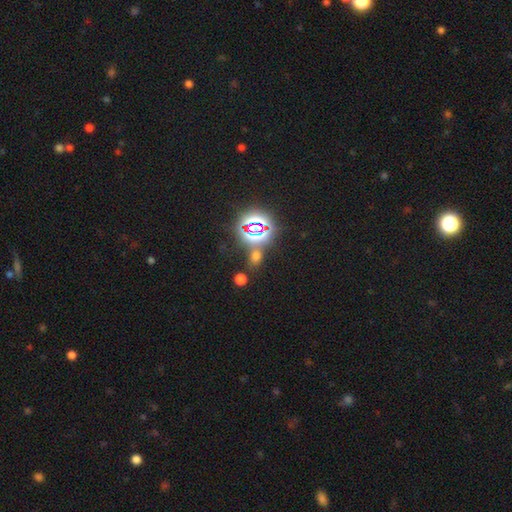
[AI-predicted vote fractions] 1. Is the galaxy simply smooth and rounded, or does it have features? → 47% smooth, 46% star or artifact, 7% featured or disk.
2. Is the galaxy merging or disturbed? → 73% none, 12% merger, 10% minor disturbance, 5% major disturbance.